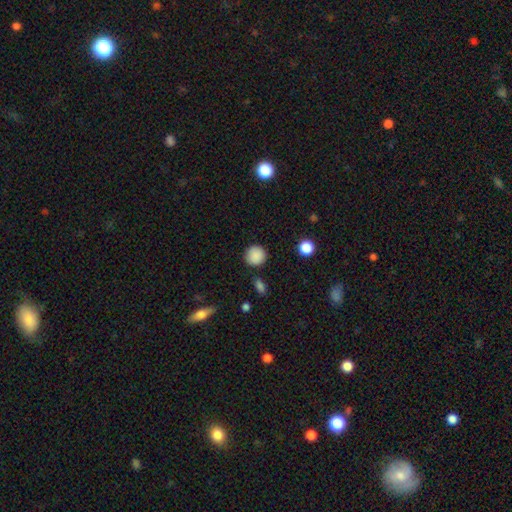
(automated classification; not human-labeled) smooth 87%, star or artifact 9%, featured or disk 4%. Down the decision tree: how rounded — round (93%); merging — none (86%).